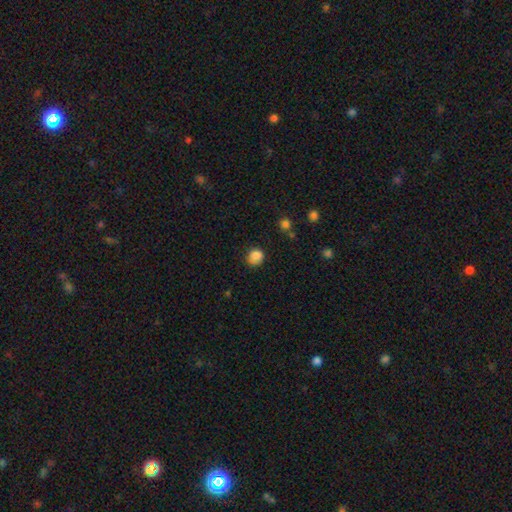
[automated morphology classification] Smooth or featured: smooth — 84% (star or artifact — 10%)
How rounded: round — 76% (in between — 23%)
Merging: none — 65% (minor disturbance — 25%)